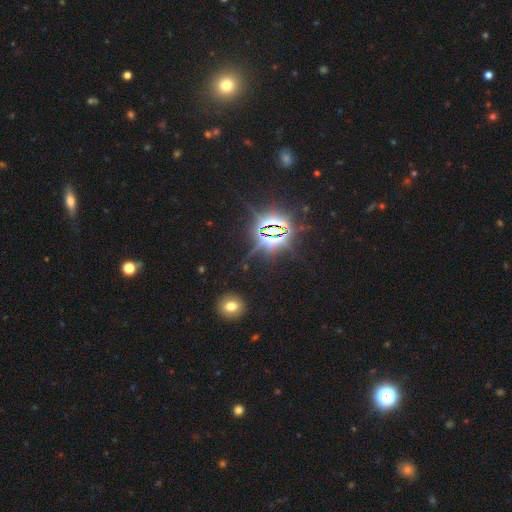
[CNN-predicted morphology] This appears to be a star or artifact, not a galaxy (78%).